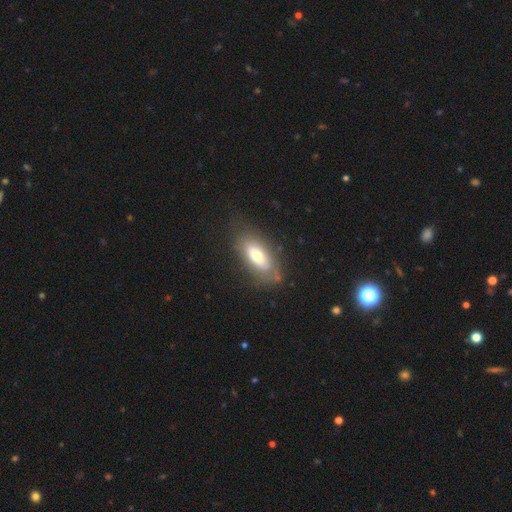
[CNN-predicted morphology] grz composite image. It shows a smooth galaxy with no disk features (57%) that is in between round and cigar-shaped (85%). Merging: none (72%).